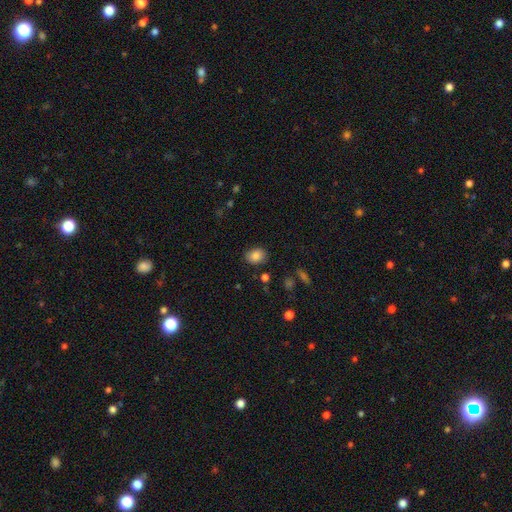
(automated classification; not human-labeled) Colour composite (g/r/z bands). It shows a smooth galaxy with no disk features (84%) that is in between round and cigar-shaped (62%). Merging: none (84%).